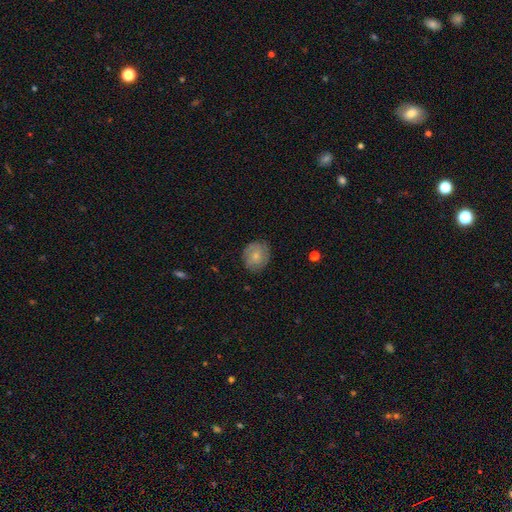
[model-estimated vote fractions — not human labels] Smooth or featured? Predicted: smooth (p=0.66). How rounded? Predicted: round (p=0.76). Merging? Predicted: none (p=0.79).